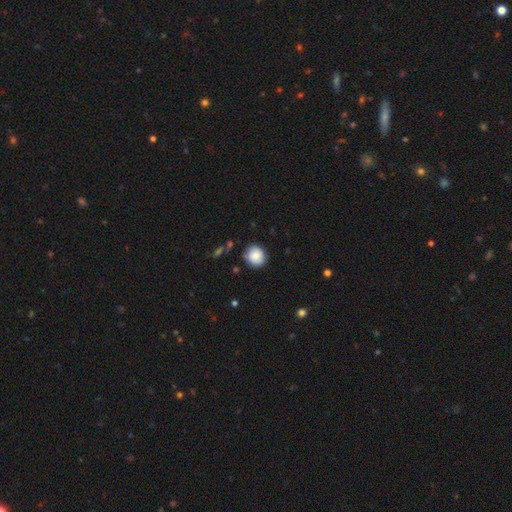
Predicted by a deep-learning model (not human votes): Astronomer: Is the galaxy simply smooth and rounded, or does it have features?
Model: smooth — 80%.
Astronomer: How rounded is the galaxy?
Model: round — 81%.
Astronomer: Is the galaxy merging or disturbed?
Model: none — 80%.